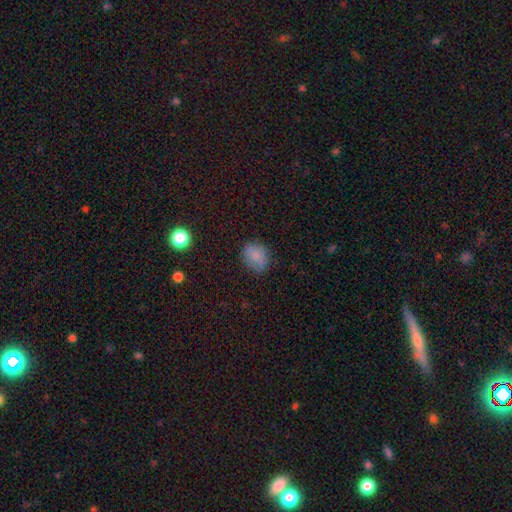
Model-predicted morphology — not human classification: Smooth or featured?
  - smooth: 81% *
  - star or artifact: 10%
  - featured or disk: 8%
How rounded?
  - round: 50% *
  - in between: 48%
  - cigar-shaped: 1%
Merging?
  - none: 78% *
  - minor disturbance: 17%
  - major disturbance: 4%
  - merger: 1%